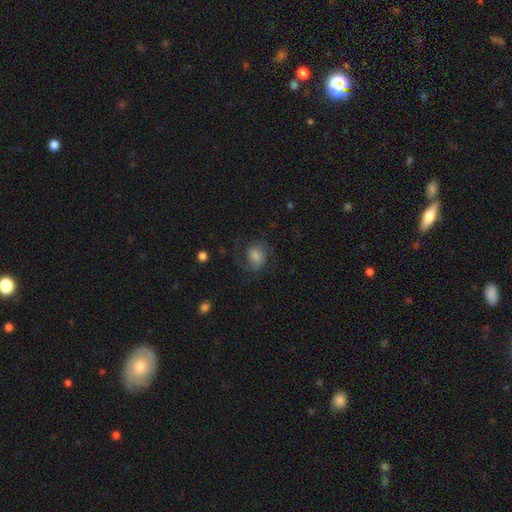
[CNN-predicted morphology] Smooth or featured? Predicted: featured or disk (p=0.63). Edge-on disk? Predicted: no (p=0.98). Bar? Predicted: no (p=0.56). Spiral arms? Predicted: yes (p=0.93). Spiral winding? Predicted: medium (p=0.52). Spiral arm count? Predicted: 2 (p=0.85). Bulge size? Predicted: moderate (p=0.32). Merging? Predicted: none (p=0.71).